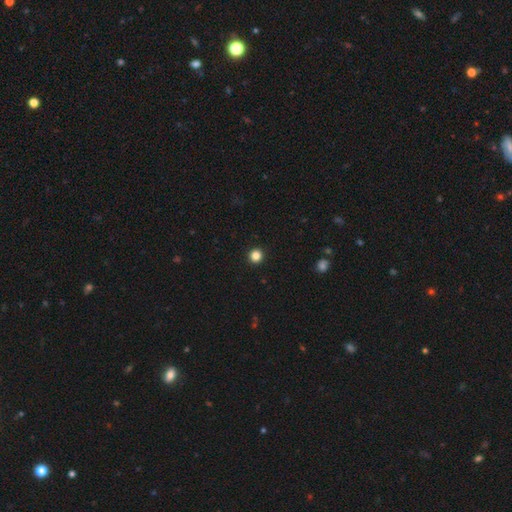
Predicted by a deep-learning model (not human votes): A smooth galaxy with no disk features (85%) that is round (95%).

Vote fractions:
- Smooth or featured? smooth: 85% / star or artifact: 12% / featured or disk: 3%
- How rounded? round: 95% / in between: 5% / cigar-shaped: 1%
- Merging? none: 94% / minor disturbance: 4% / major disturbance: 1% / merger: 1%